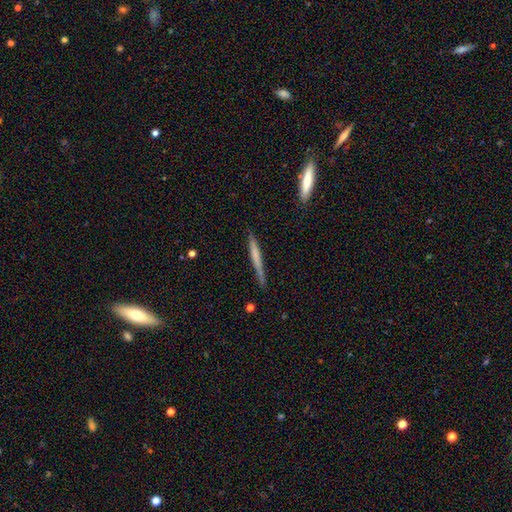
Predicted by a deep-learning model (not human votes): This is possibly a smooth galaxy (55%). How rounded: clearly cigar-shaped (96%). Merging: likely none (76%).